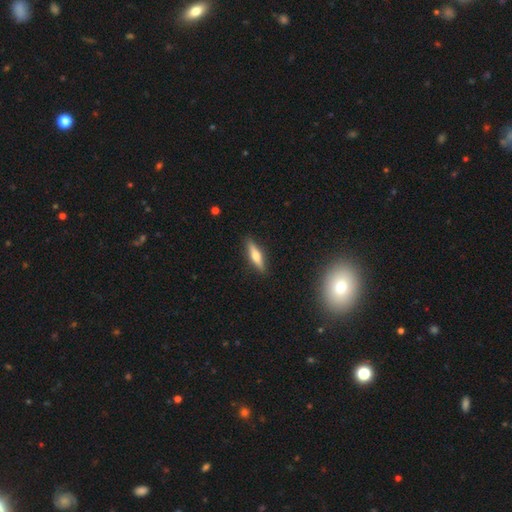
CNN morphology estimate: Q: Smooth or featured?
A: smooth (53%); runner-up: featured or disk (41%)
Q: How rounded?
A: cigar-shaped (74%); runner-up: in between (24%)
Q: Merging?
A: none (89%); runner-up: minor disturbance (8%)